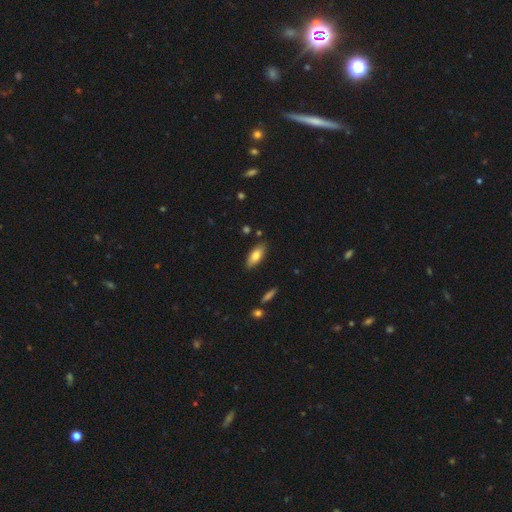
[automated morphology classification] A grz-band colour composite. It shows a smooth galaxy with no disk features (77%) that is in between round and cigar-shaped (81%). Merging: none (84%).